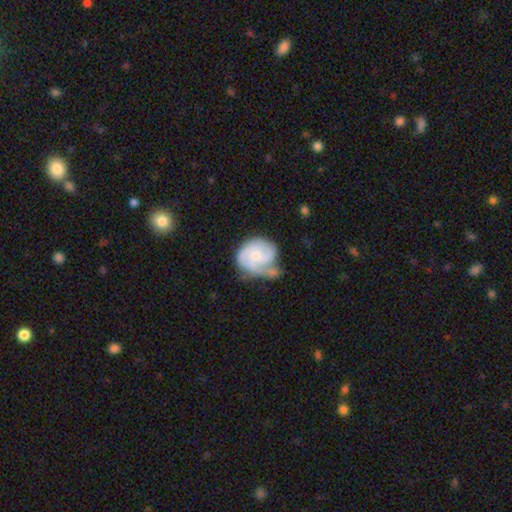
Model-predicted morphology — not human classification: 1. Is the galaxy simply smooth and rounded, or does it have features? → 77% featured or disk, 18% smooth, 5% star or artifact.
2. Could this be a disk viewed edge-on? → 98% no, 2% yes.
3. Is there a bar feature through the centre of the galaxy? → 68% no, 28% weak, 4% strong.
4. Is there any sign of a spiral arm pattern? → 93% yes, 7% no.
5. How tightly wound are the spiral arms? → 49% tight, 38% medium, 13% loose.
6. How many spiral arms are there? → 32% 2, 29% 3, 19% can't tell, 12% 1, 4% 4, 3% more than 4.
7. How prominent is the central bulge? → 61% small, 34% moderate, 3% none, 1% large, 1% dominant.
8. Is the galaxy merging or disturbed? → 37% none, 32% minor disturbance, 22% major disturbance, 9% merger.